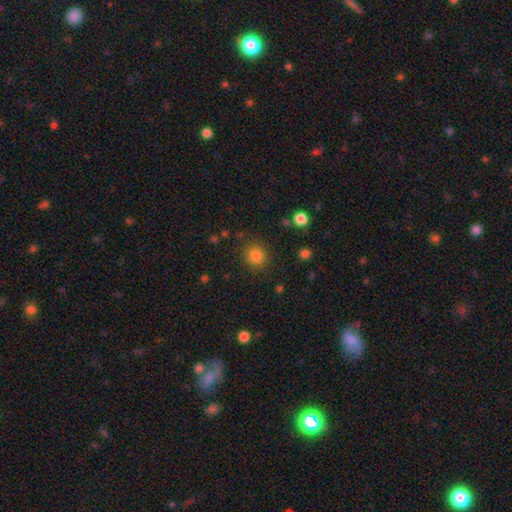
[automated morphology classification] A smooth galaxy with no disk features (83%) that is round (87%).

Vote fractions:
- Smooth or featured? smooth: 83% / star or artifact: 12% / featured or disk: 5%
- How rounded? round: 87% / in between: 13% / cigar-shaped: 1%
- Merging? none: 87% / minor disturbance: 8% / major disturbance: 3% / merger: 2%